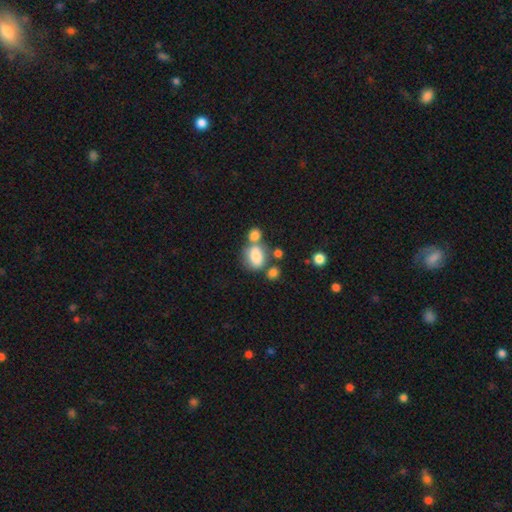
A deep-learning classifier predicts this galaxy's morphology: Smooth or featured? smooth (78%)
How rounded? in between (68%)
Merging? merger (42%)